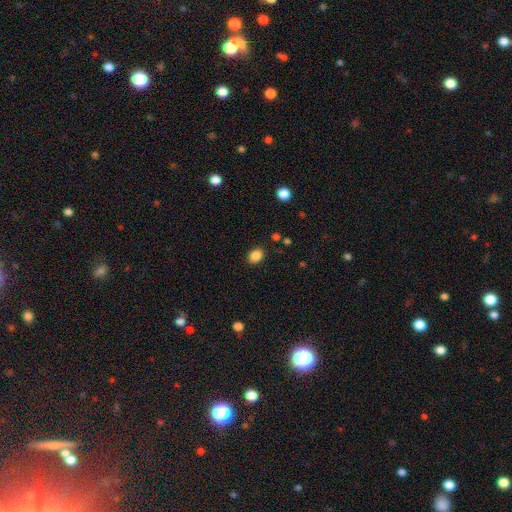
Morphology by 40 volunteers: Q: Smooth or featured?
A: smooth (92%); runner-up: star or artifact (8%)
Q: How rounded?
A: in between (57%); runner-up: round (43%)
Q: Merging?
A: none (95%); runner-up: minor disturbance (5%)